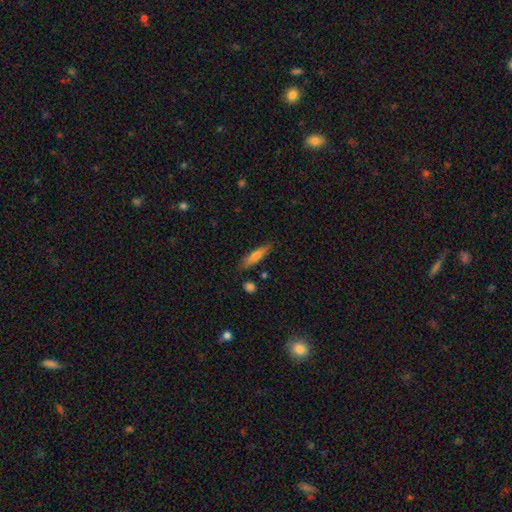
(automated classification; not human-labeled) Q: Smooth or featured?
A: smooth (61%); runner-up: featured or disk (32%)
Q: How rounded?
A: cigar-shaped (80%); runner-up: in between (18%)
Q: Merging?
A: none (83%); runner-up: minor disturbance (12%)